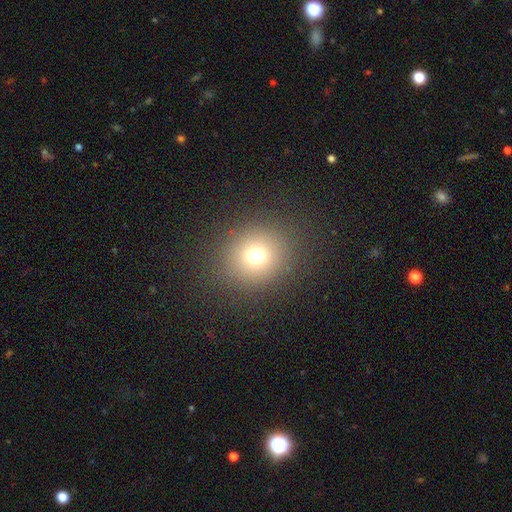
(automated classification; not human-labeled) Smooth or featured? smooth (72%)
How rounded? round (82%)
Merging? none (87%)